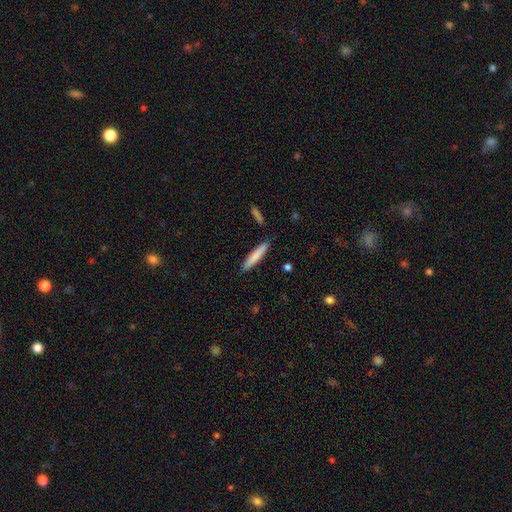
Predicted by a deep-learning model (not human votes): Morphology: type=smooth (80%); roundness=cigar-shaped (90%); merging=none (88%).